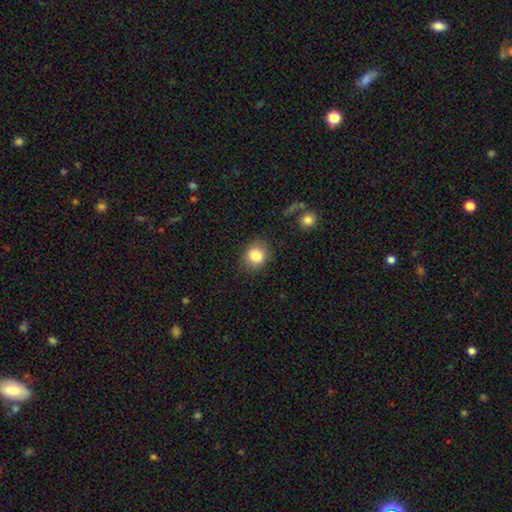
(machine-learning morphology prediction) type=smooth (85%); roundness=round (75%); merging=none (80%).